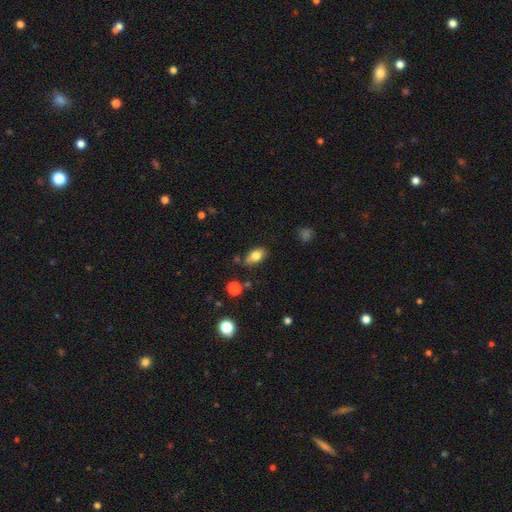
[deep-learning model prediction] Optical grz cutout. It shows a smooth galaxy with no disk features (80%) that is in between round and cigar-shaped (88%). Merging: none (74%).